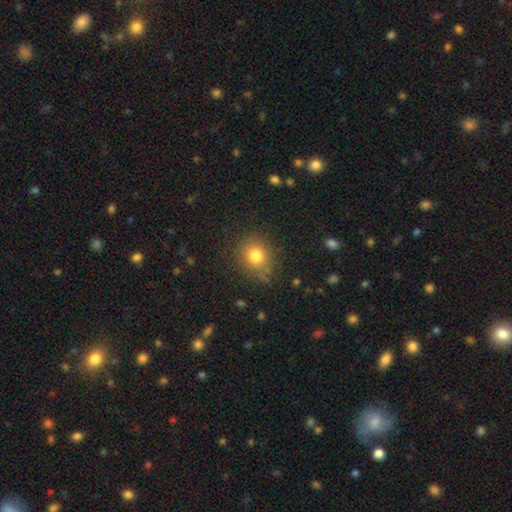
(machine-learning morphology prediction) Smooth or featured: smooth — 80% (star or artifact — 12%)
How rounded: round — 81% (in between — 18%)
Merging: none — 79% (minor disturbance — 13%)